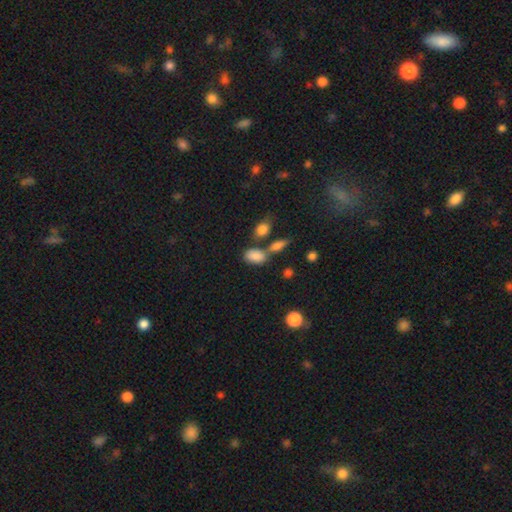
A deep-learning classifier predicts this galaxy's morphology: Smooth or featured? Predicted: smooth (p=0.83). How rounded? Predicted: in between (p=0.90). Merging? Predicted: none (p=0.49).